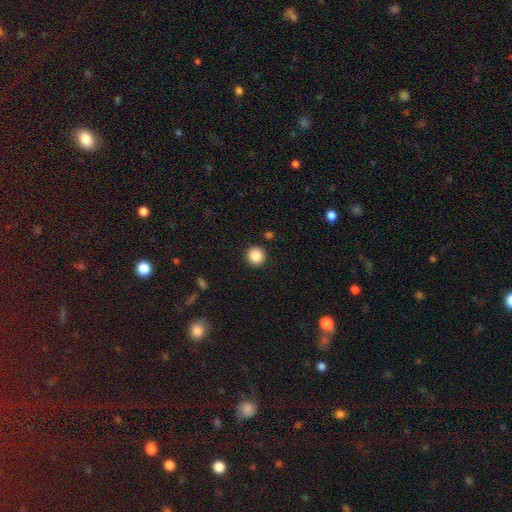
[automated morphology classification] Overall: smooth (87%). How rounded: round (93%). Merging: none (91%).